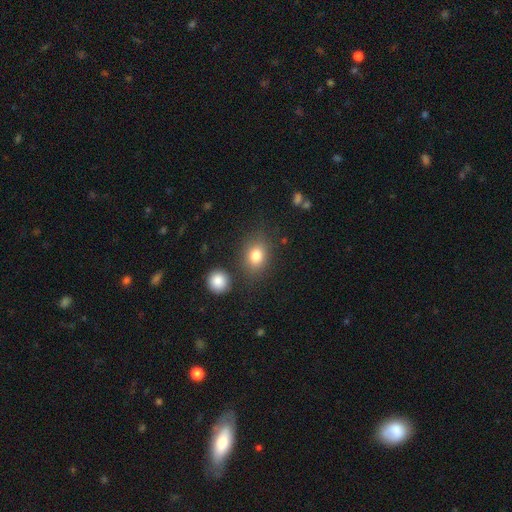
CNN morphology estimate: Q: Smooth or featured?
A: smooth (80%); runner-up: star or artifact (11%)
Q: How rounded?
A: in between (54%); runner-up: round (44%)
Q: Merging?
A: none (76%); runner-up: minor disturbance (13%)